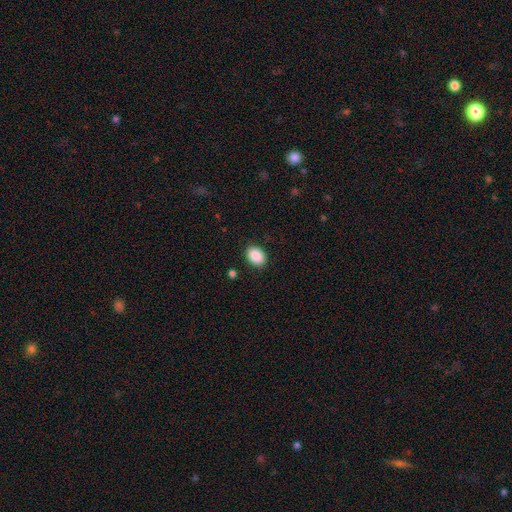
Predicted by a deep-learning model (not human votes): smooth 90%, star or artifact 7%, featured or disk 3%. Down the decision tree: how rounded — in between (78%); merging — none (88%).